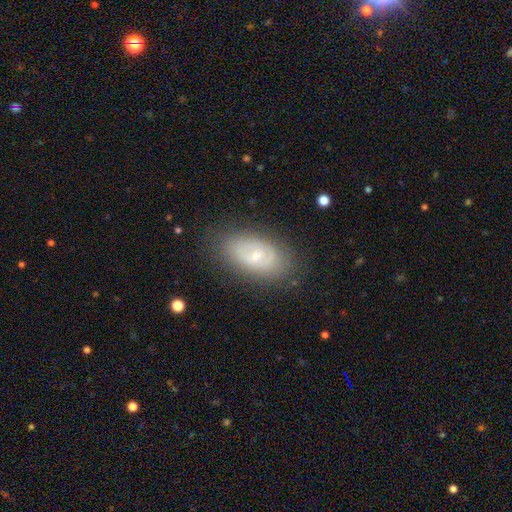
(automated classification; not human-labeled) smooth-or-featured: smooth: 47% | featured or disk: 44% | star or artifact: 9%
  merging: none: 78% | minor disturbance: 15% | major disturbance: 5% | merger: 1%